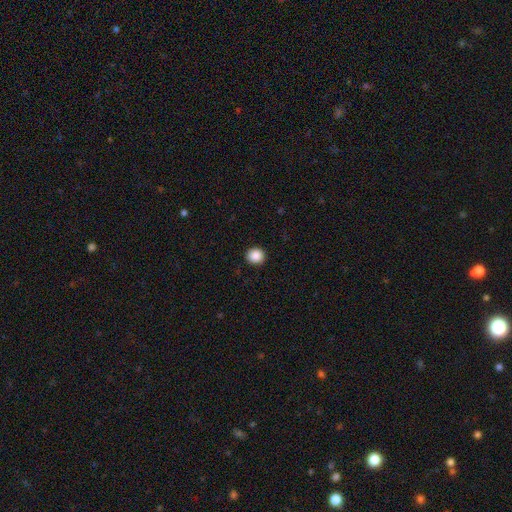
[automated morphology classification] Smooth or featured? Predicted: smooth (p=0.87). How rounded? Predicted: round (p=0.91). Merging? Predicted: none (p=0.93).